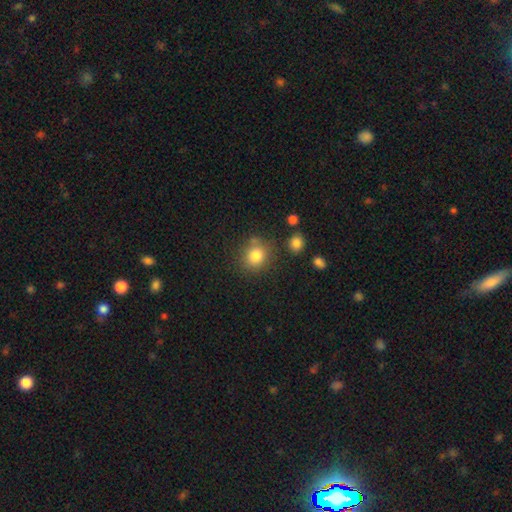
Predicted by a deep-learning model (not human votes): This is clearly a smooth galaxy (82%). How rounded: likely round (80%). Merging: likely none (77%).